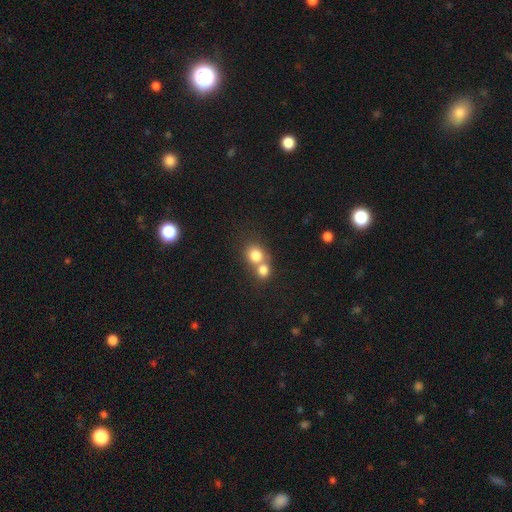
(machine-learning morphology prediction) Smooth or featured? smooth (79%)
How rounded? round (78%)
Merging? merger (58%)